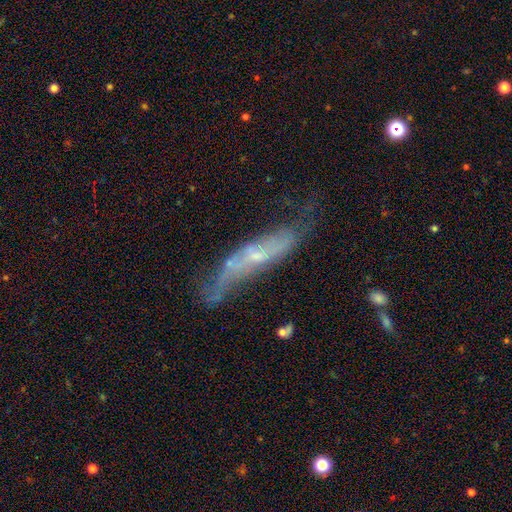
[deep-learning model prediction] Morphology: type=featured or disk (63%); edge-on=no (58%); merging=none (40%).